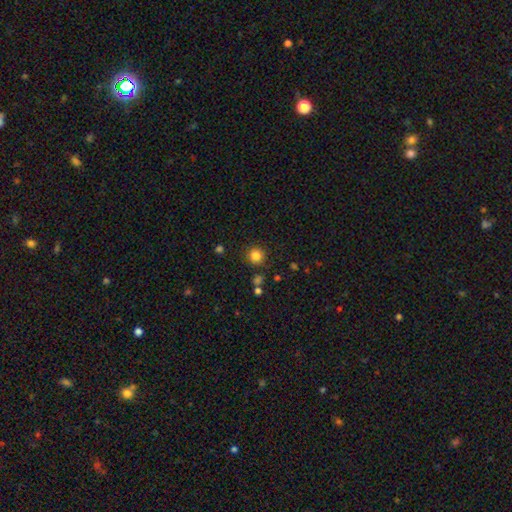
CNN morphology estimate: Smooth or featured? Predicted: smooth (p=0.83). How rounded? Predicted: round (p=0.94). Merging? Predicted: none (p=0.88).